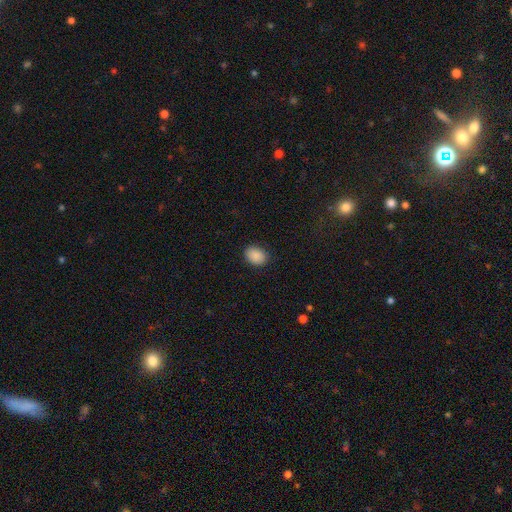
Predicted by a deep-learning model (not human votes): A smooth galaxy with no disk features (89%) that is in between round and cigar-shaped (69%).

Vote fractions:
- Smooth or featured? smooth: 89% / star or artifact: 8% / featured or disk: 3%
- How rounded? in between: 69% / round: 30% / cigar-shaped: 1%
- Merging? none: 87% / minor disturbance: 9% / major disturbance: 2% / merger: 1%